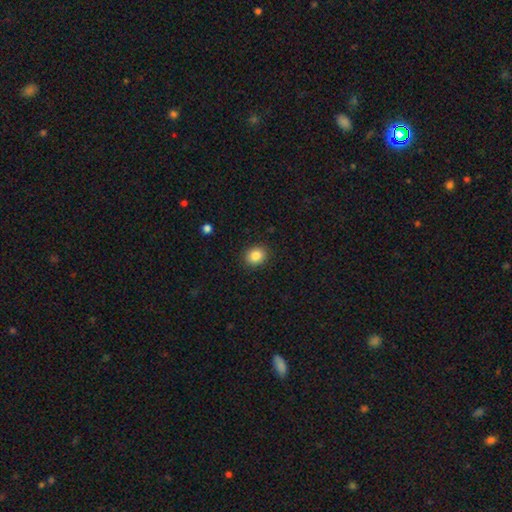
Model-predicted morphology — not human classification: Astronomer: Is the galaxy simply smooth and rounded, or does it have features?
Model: smooth — 85%.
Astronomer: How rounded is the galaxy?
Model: round — 67%.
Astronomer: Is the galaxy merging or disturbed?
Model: none — 90%.